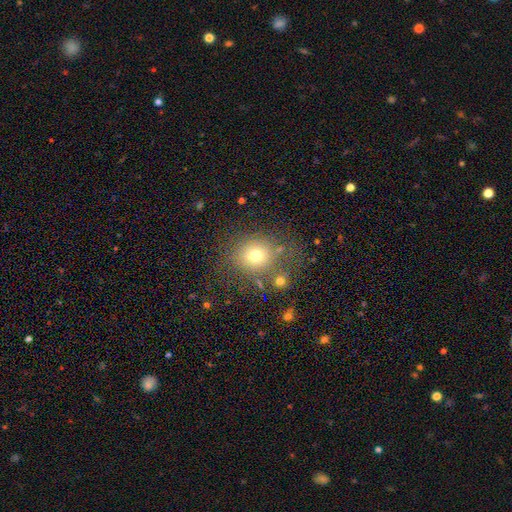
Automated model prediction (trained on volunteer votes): A smooth galaxy with no disk features (69%) that is round (78%).

Vote fractions:
- Smooth or featured? smooth: 69% / star or artifact: 17% / featured or disk: 13%
- How rounded? round: 78% / in between: 21% / cigar-shaped: 1%
- Merging? none: 68% / minor disturbance: 15% / major disturbance: 10% / merger: 7%